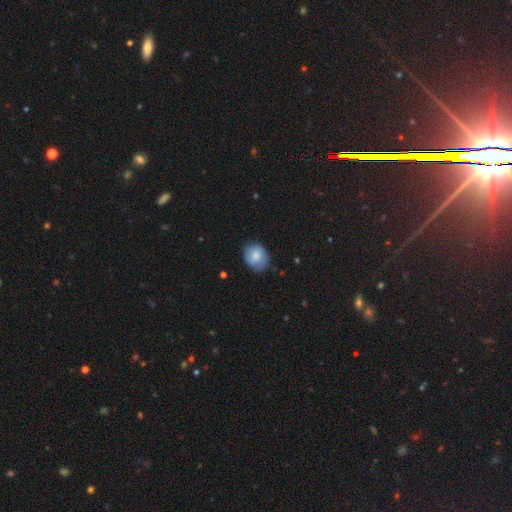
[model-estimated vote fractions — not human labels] smooth_or_featured: smooth (p=0.78) [alt: featured or disk p=0.15]
how_rounded: round (p=0.56) [alt: in between p=0.43]
merging: none (p=0.73) [alt: minor disturbance p=0.22]